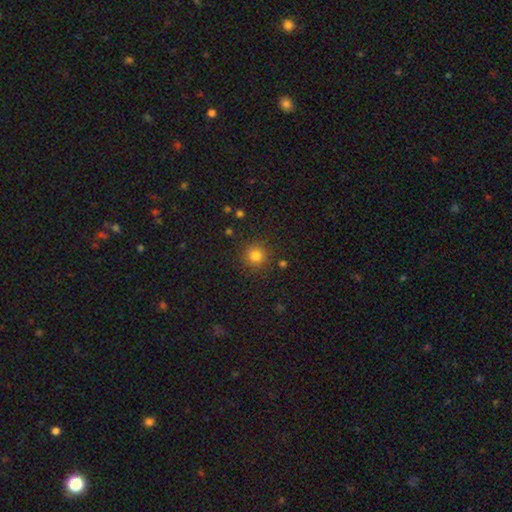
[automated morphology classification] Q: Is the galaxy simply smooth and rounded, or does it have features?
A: smooth — 80%.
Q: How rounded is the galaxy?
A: round — 94%.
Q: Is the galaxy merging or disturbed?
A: none — 88%.